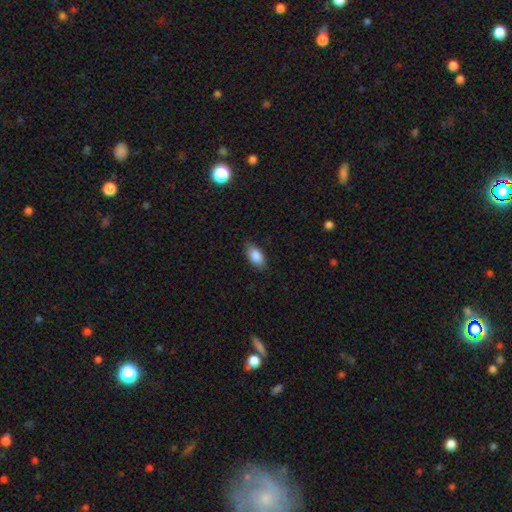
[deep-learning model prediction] Smooth or featured?
  - smooth: 88% *
  - star or artifact: 7%
  - featured or disk: 6%
How rounded?
  - in between: 92% *
  - round: 4%
  - cigar-shaped: 4%
Merging?
  - none: 83% *
  - minor disturbance: 13%
  - major disturbance: 3%
  - merger: 1%